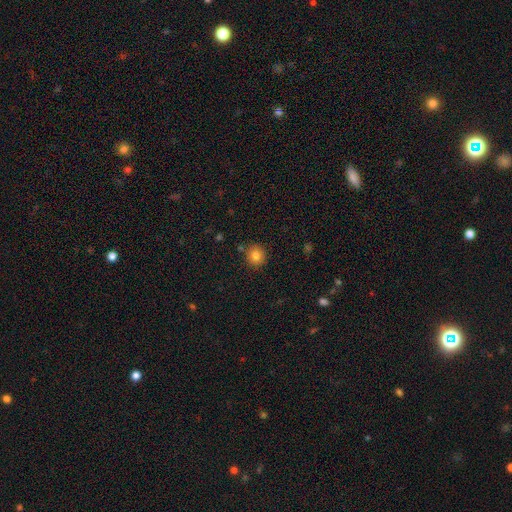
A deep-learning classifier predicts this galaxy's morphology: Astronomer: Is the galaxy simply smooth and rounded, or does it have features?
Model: smooth — 82%.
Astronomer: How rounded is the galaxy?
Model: round — 91%.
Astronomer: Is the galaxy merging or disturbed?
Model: none — 87%.